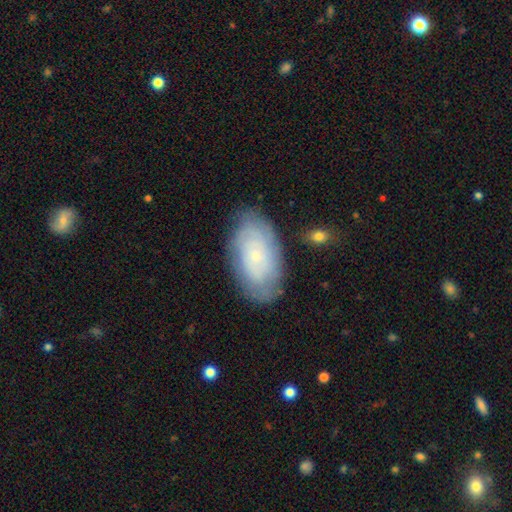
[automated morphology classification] Smooth or featured?
  - featured or disk: 55% *
  - smooth: 37%
  - star or artifact: 8%
Edge-on disk?
  - no: 94% *
  - yes: 6%
Bar?
  - no: 84% *
  - weak: 14%
  - strong: 2%
Spiral arms?
  - yes: 77% *
  - no: 23%
Bulge size?
  - small: 82% *
  - moderate: 13%
  - none: 2%
  - large: 2%
  - dominant: 1%
Merging?
  - none: 76% *
  - minor disturbance: 17%
  - major disturbance: 5%
  - merger: 2%